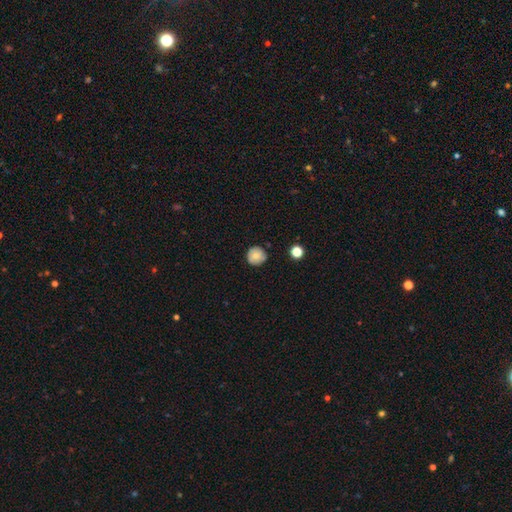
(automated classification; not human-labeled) Morphology: type=smooth (77%); roundness=round (93%); merging=none (83%).